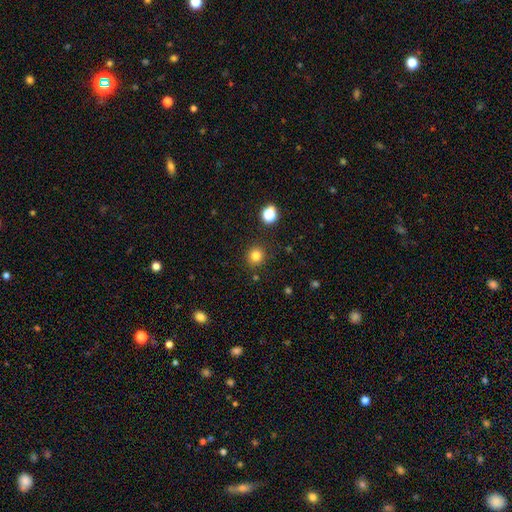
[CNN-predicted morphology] This is clearly a smooth galaxy (81%). How rounded: clearly round (92%). Merging: clearly none (88%).